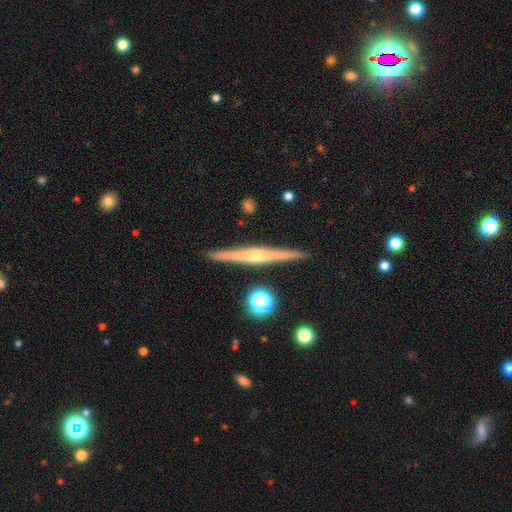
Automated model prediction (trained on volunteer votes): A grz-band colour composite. It shows a featured or disk galaxy (80%) viewed edge-on (98%) with a rounded central bulge (81%). Merging: none (92%).